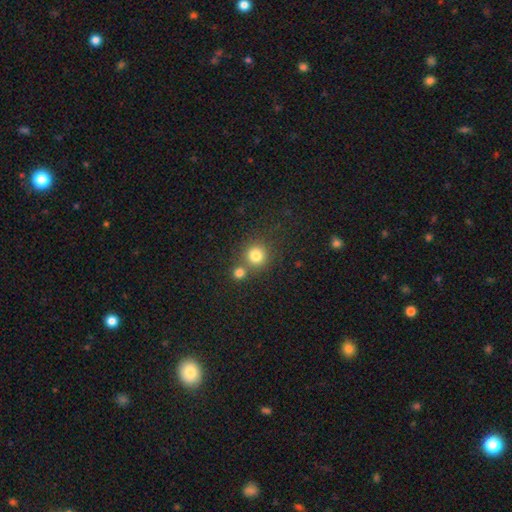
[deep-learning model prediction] Overall: smooth (80%). How rounded: round (92%). Merging: none (65%; merger 26%).